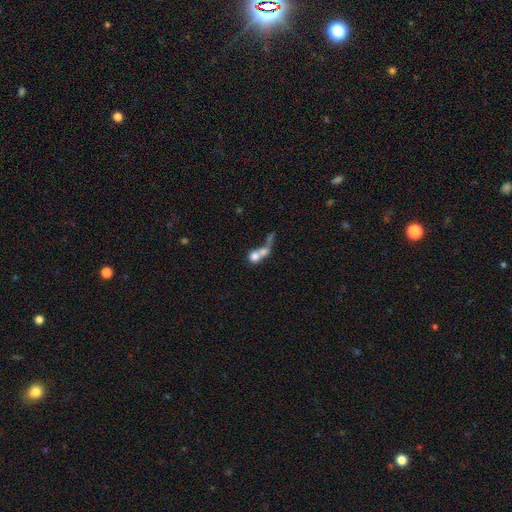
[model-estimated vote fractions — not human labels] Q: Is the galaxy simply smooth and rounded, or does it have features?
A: smooth — 62%.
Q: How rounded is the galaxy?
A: round — 63%.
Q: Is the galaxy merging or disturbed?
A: merger — 68%.